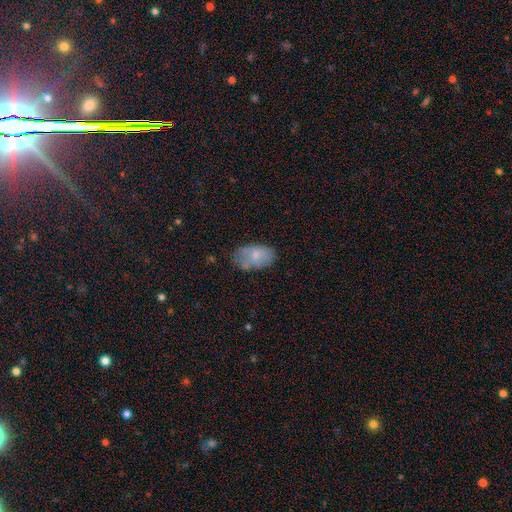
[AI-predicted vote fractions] The model was most divided on "merging": none: 61%, minor disturbance: 28%, major disturbance: 8%, merger: 3%. More confident: how rounded — in between (92%); smooth or featured — smooth (74%).